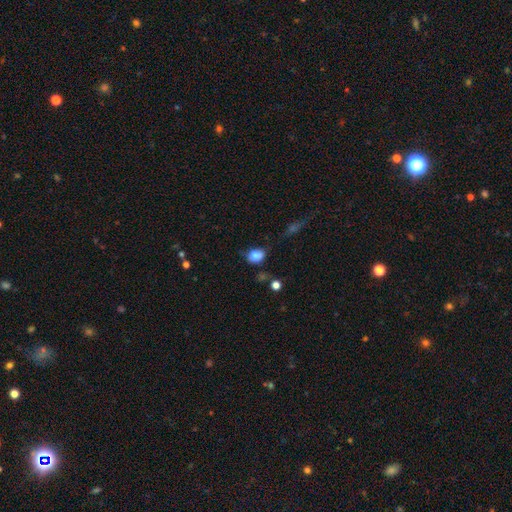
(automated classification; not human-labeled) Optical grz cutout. It shows a smooth galaxy with no disk features (80%) that is in between round and cigar-shaped (60%). Merging: none (52%).